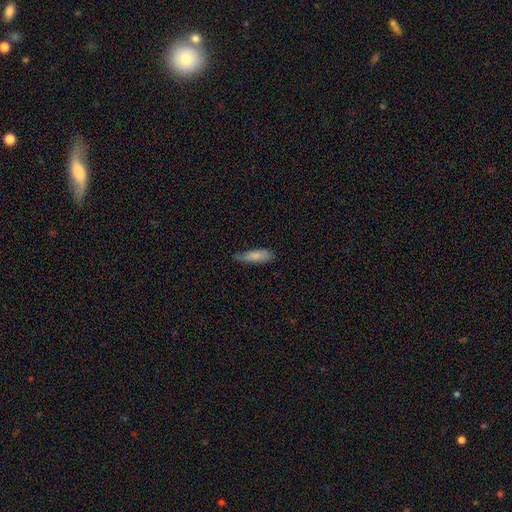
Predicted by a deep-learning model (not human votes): This is clearly a smooth galaxy (84%). How rounded: possibly cigar-shaped (54%). Merging: likely none (67%).